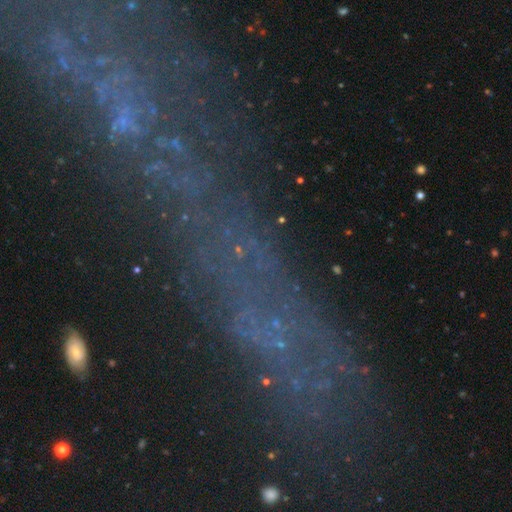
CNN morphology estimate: type=star or artifact (47%).